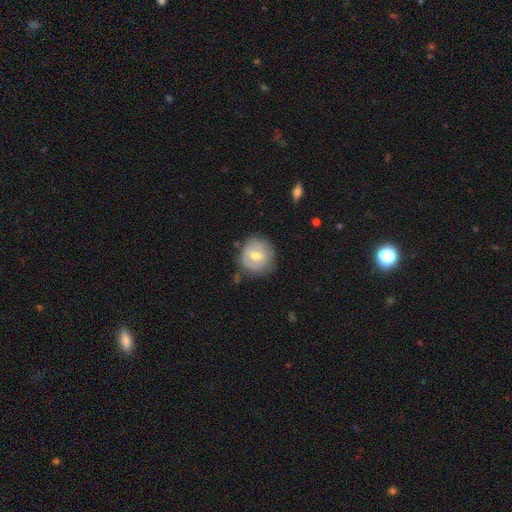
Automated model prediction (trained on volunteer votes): Smooth or featured? smooth (51%)
How rounded? round (87%)
Merging? none (72%)